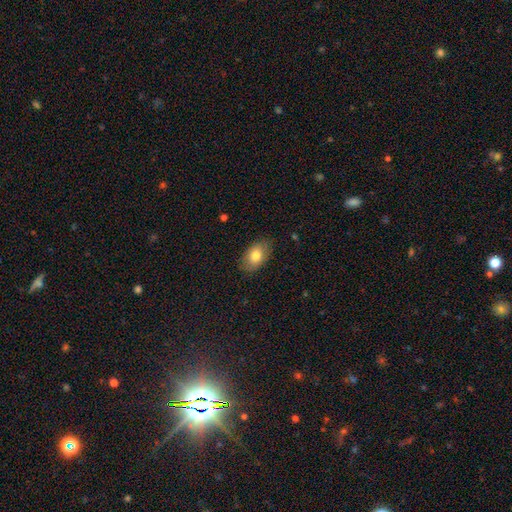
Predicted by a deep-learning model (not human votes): smooth_or_featured: smooth (p=0.78) [alt: featured or disk p=0.15]
how_rounded: in between (p=0.90) [alt: round p=0.08]
merging: none (p=0.83) [alt: minor disturbance p=0.13]